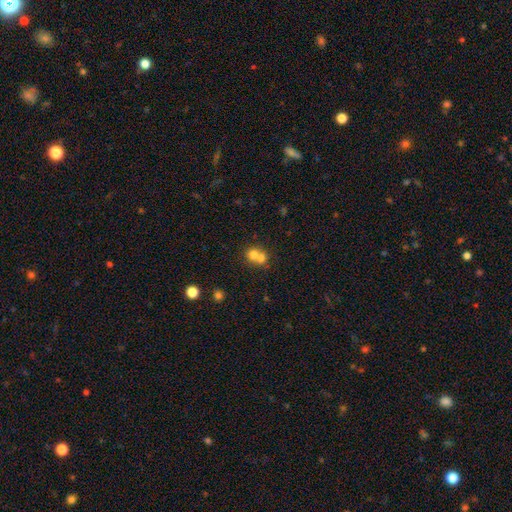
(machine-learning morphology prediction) Smooth or featured? Predicted: smooth (p=0.70). How rounded? Predicted: round (p=0.79). Merging? Predicted: merger (p=0.64).